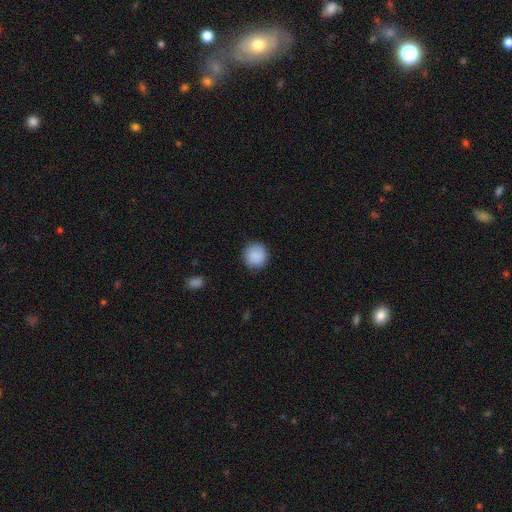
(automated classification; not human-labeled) This appears to be a smooth galaxy with no disk features (89%) that is round (93%). Merging: none (90%).